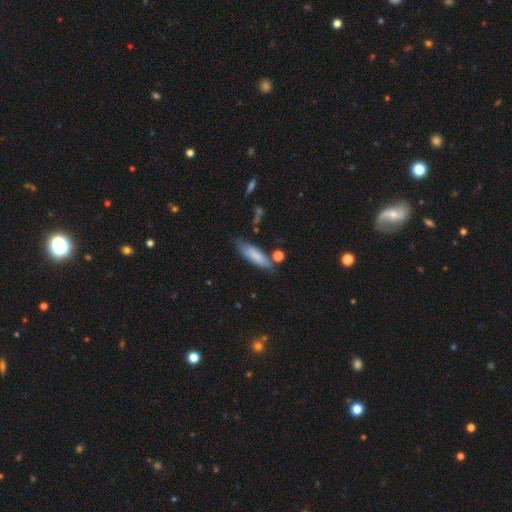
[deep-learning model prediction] Smooth or featured?
  - smooth: 80% *
  - featured or disk: 14%
  - star or artifact: 6%
How rounded?
  - cigar-shaped: 53% *
  - in between: 45%
  - round: 2%
Merging?
  - none: 68% *
  - minor disturbance: 20%
  - merger: 6%
  - major disturbance: 5%